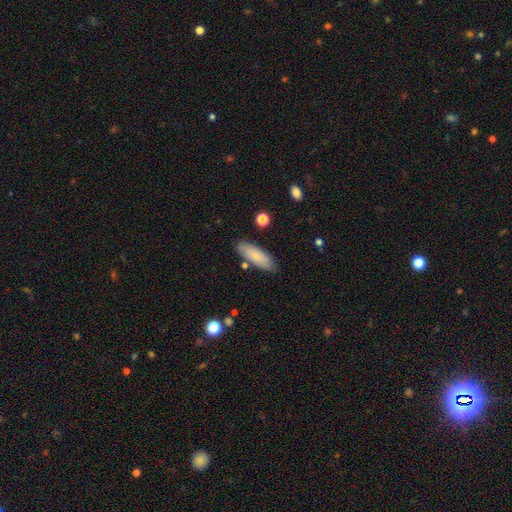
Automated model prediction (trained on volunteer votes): smooth-or-featured: smooth: 81% | featured or disk: 13% | star or artifact: 6%
  how-rounded: in between: 57% | cigar-shaped: 41% | round: 2%
  merging: none: 83% | minor disturbance: 12% | merger: 3% | major disturbance: 2%